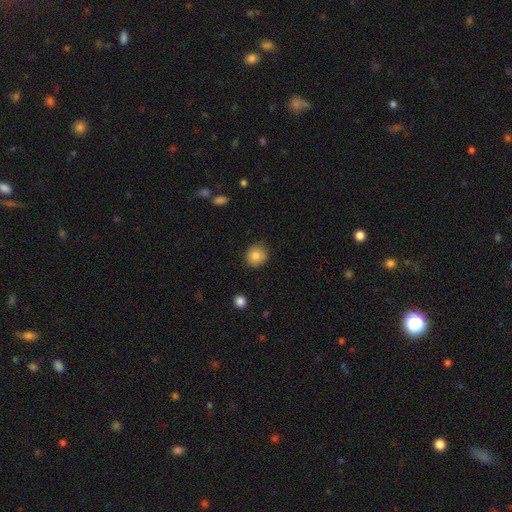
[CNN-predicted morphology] Smooth or featured? smooth (83%)
How rounded? round (86%)
Merging? none (85%)